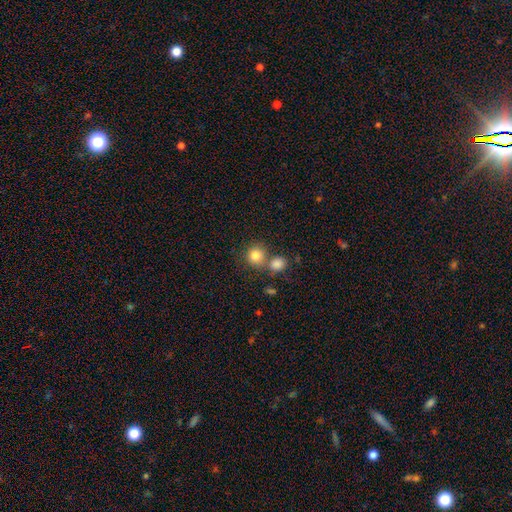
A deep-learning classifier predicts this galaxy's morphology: smooth 83%, star or artifact 10%, featured or disk 7%. Down the decision tree: how rounded — round (87%); merging — none (56%).